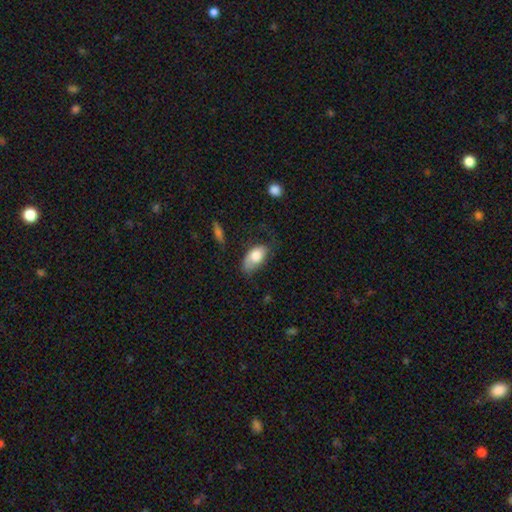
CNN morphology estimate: This appears to be a smooth galaxy with no disk features (74%) that is in between round and cigar-shaped (92%). Merging: none (42%).